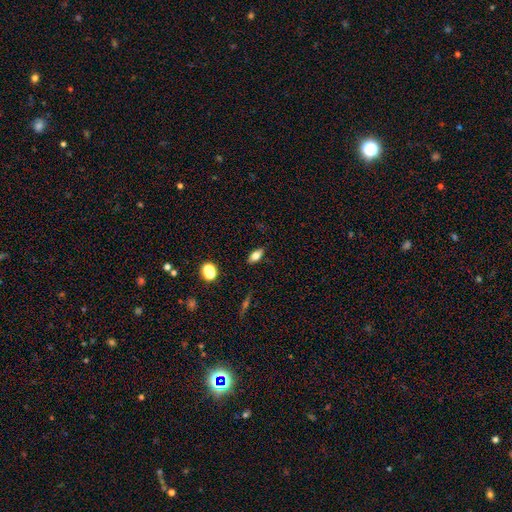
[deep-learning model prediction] Q: Smooth or featured?
A: smooth (74%); runner-up: featured or disk (15%)
Q: How rounded?
A: in between (84%); runner-up: cigar-shaped (9%)
Q: Merging?
A: none (85%); runner-up: minor disturbance (11%)